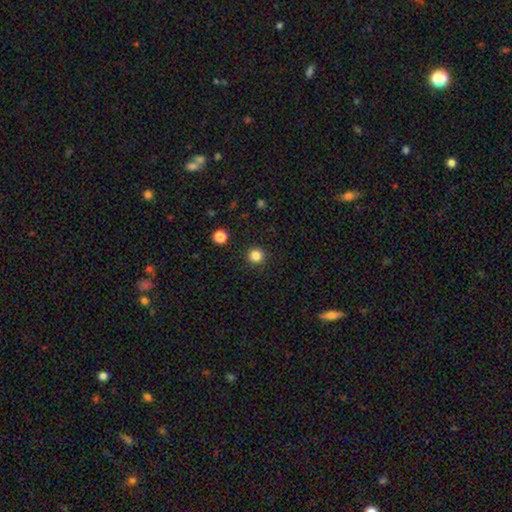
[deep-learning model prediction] Q: Smooth or featured?
A: smooth (84%); runner-up: star or artifact (13%)
Q: How rounded?
A: round (95%); runner-up: in between (4%)
Q: Merging?
A: none (92%); runner-up: minor disturbance (5%)